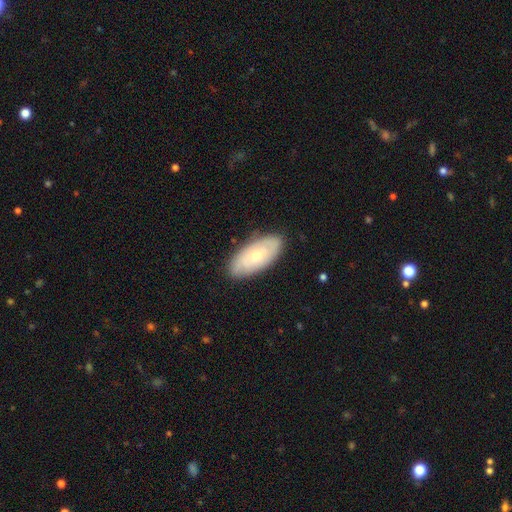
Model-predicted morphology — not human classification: smooth 49%, featured or disk 45%, star or artifact 6%. Down the decision tree: merging — none (85%).